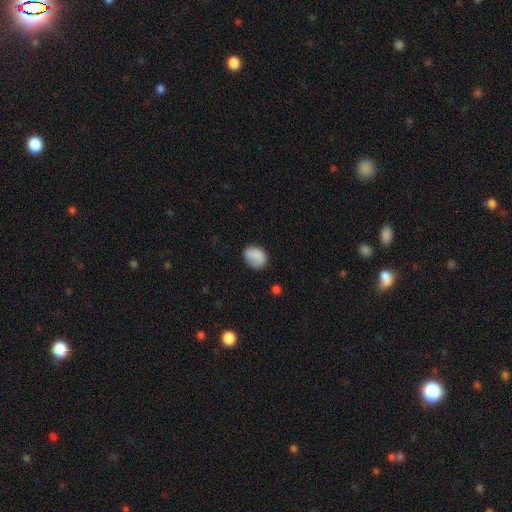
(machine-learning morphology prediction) Overall: smooth (82%). How rounded: in between (56%; round 43%). Merging: none (70%).